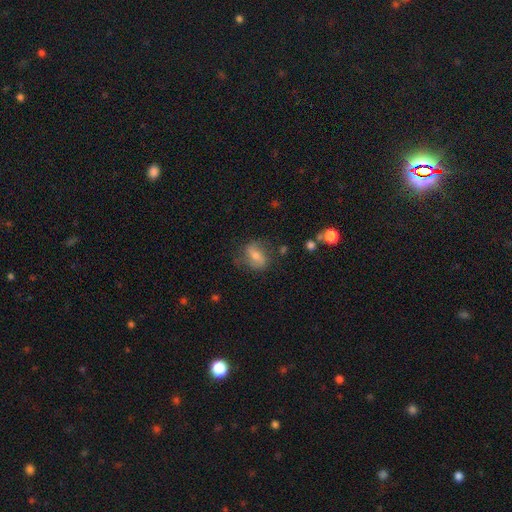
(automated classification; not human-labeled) smooth_or_featured: smooth (p=0.50) [alt: featured or disk p=0.41]
how_rounded: in between (p=0.70) [alt: round p=0.27]
merging: none (p=0.61) [alt: minor disturbance p=0.24]